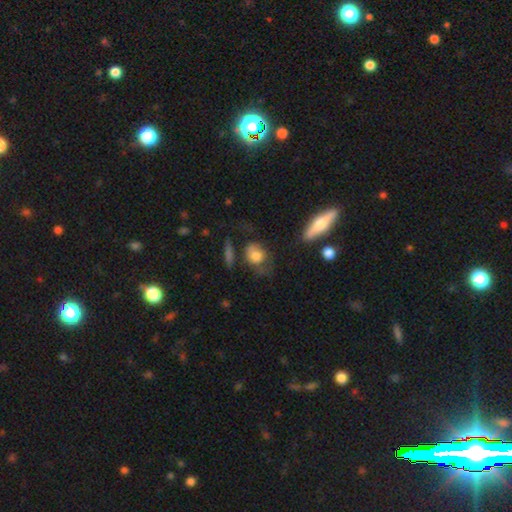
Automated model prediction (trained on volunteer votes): smooth-or-featured: smooth: 75% | featured or disk: 17% | star or artifact: 8%
  how-rounded: in between: 55% | round: 42% | cigar-shaped: 3%
  merging: none: 41% | minor disturbance: 29% | major disturbance: 23% | merger: 7%